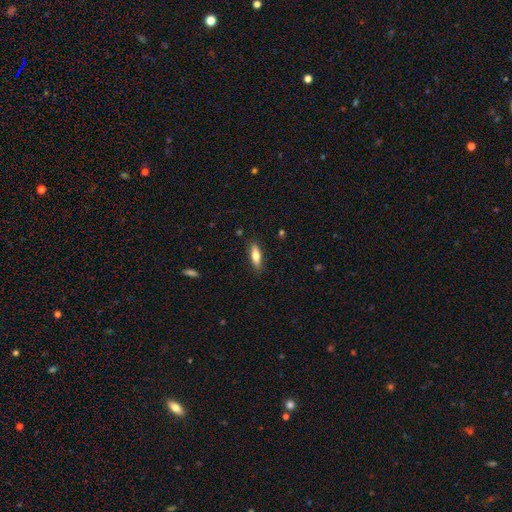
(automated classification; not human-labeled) Smooth or featured? smooth (69%)
How rounded? cigar-shaped (54%)
Merging? none (85%)